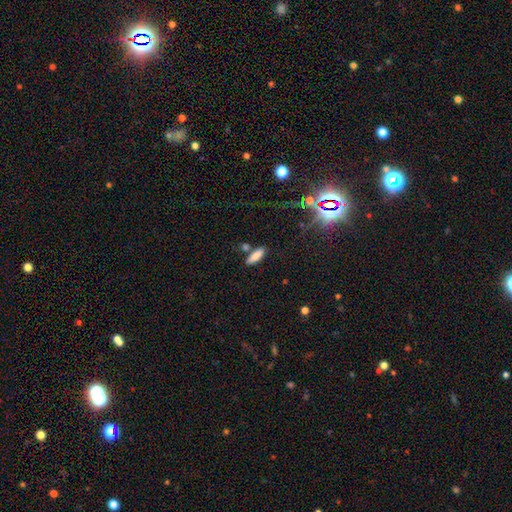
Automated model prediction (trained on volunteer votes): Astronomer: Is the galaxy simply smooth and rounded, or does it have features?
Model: smooth — 82%.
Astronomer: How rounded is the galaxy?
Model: in between — 56% (runner-up: cigar-shaped, 42%).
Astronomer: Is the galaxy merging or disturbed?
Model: none — 75%.